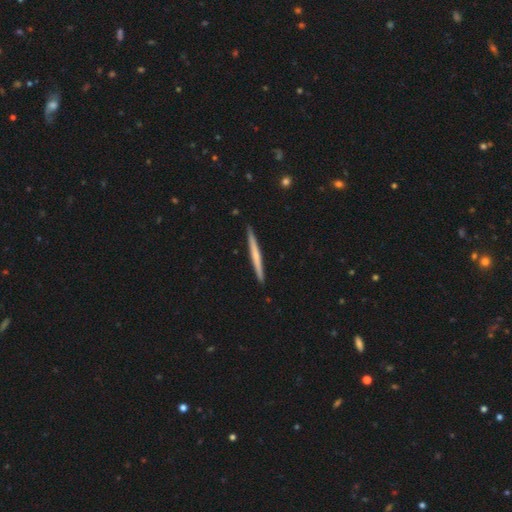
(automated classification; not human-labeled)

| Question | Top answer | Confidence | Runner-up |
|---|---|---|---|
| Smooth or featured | featured or disk | 48% | smooth (47%) |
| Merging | none | 92% | minor disturbance (6%) |